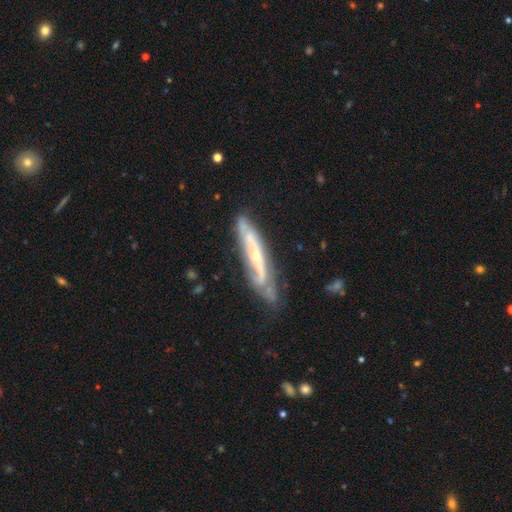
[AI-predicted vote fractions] featured or disk 79%, smooth 15%, star or artifact 6%. Down the decision tree: edge-on disk — no (55%); merging — none (63%).